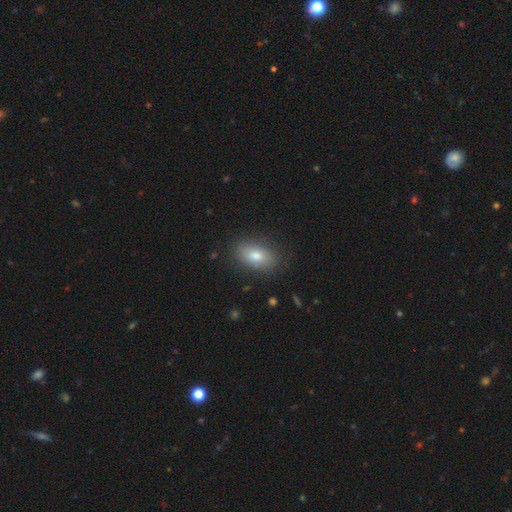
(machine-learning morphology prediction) smooth_or_featured: smooth (p=0.79) [alt: featured or disk p=0.12]
how_rounded: in between (p=0.89) [alt: round p=0.07]
merging: none (p=0.86) [alt: minor disturbance p=0.10]